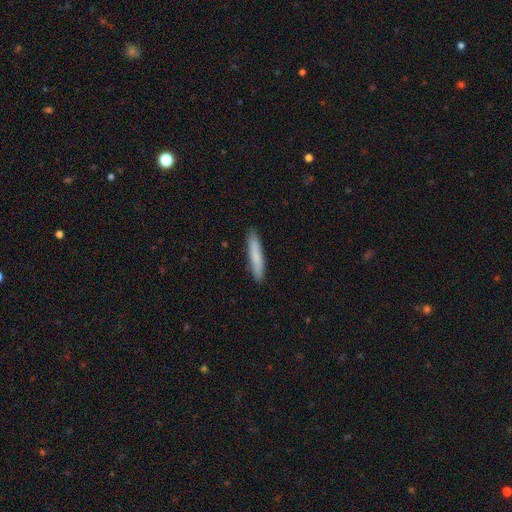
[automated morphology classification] Smooth or featured? smooth (80%)
How rounded? cigar-shaped (91%)
Merging? none (90%)